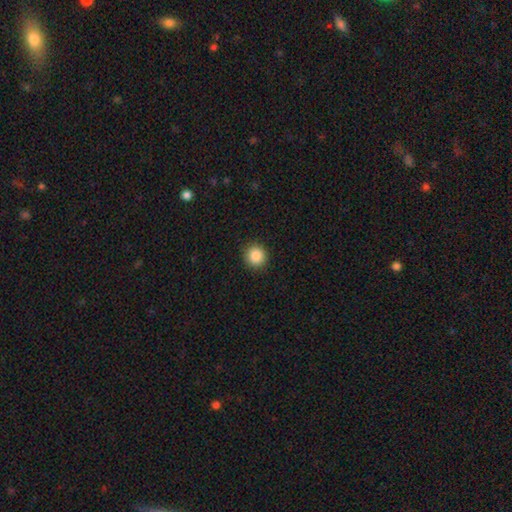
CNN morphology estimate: Q: Smooth or featured?
A: smooth (87%); runner-up: star or artifact (9%)
Q: How rounded?
A: round (93%); runner-up: in between (6%)
Q: Merging?
A: none (92%); runner-up: minor disturbance (6%)